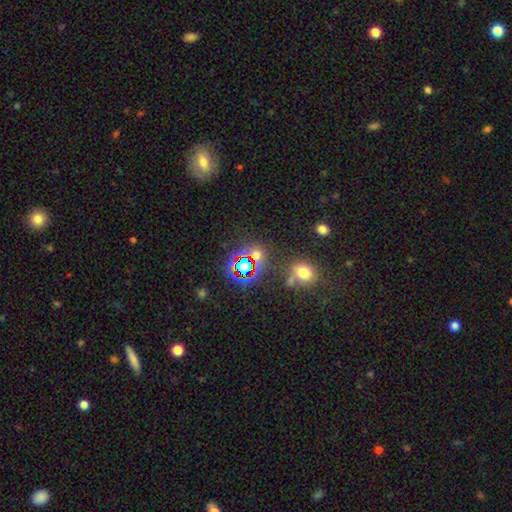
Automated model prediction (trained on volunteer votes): Q: Smooth or featured?
A: star or artifact (59%); runner-up: smooth (31%)